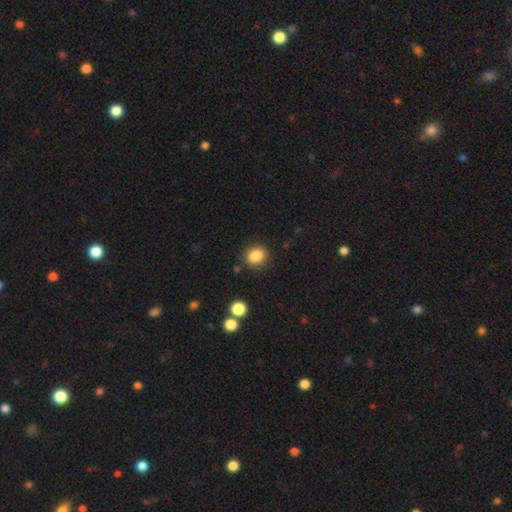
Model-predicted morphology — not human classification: Overall: smooth (85%). How rounded: round (61%; in between 38%). Merging: none (85%).